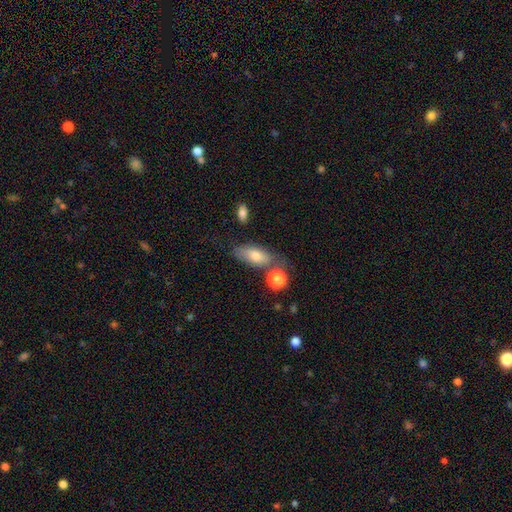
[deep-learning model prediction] Morphology: type=smooth (74%); roundness=in between (80%); merging=none (60%).